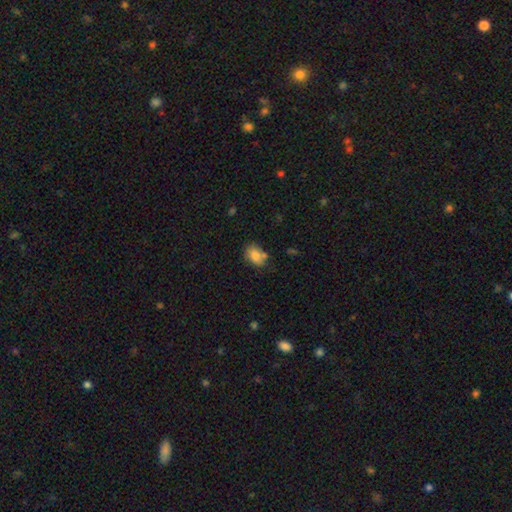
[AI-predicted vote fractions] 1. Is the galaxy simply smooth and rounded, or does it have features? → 81% smooth, 10% featured or disk, 9% star or artifact.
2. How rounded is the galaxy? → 69% in between, 30% round, 1% cigar-shaped.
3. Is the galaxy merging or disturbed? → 58% none, 24% minor disturbance, 12% merger, 7% major disturbance.